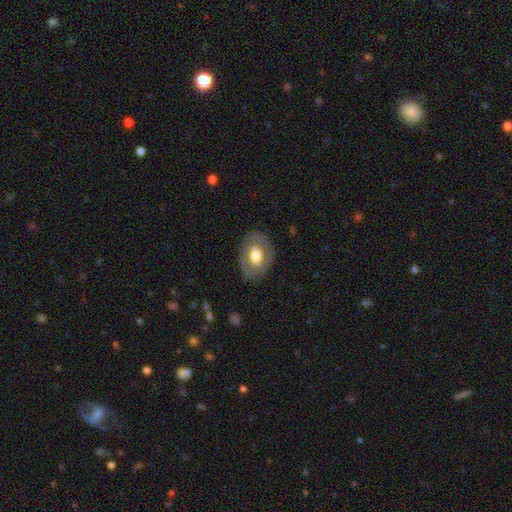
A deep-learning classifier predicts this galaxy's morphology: Overall: smooth (53%; featured or disk 41%). How rounded: in between (75%). Merging: none (79%).